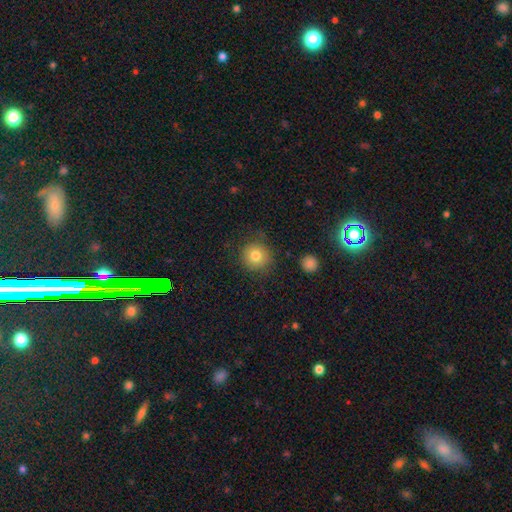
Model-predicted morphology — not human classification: Smooth or featured?
  - smooth: 81% *
  - star or artifact: 11%
  - featured or disk: 8%
How rounded?
  - round: 92% *
  - in between: 7%
  - cigar-shaped: 1%
Merging?
  - none: 84% *
  - minor disturbance: 11%
  - major disturbance: 4%
  - merger: 2%